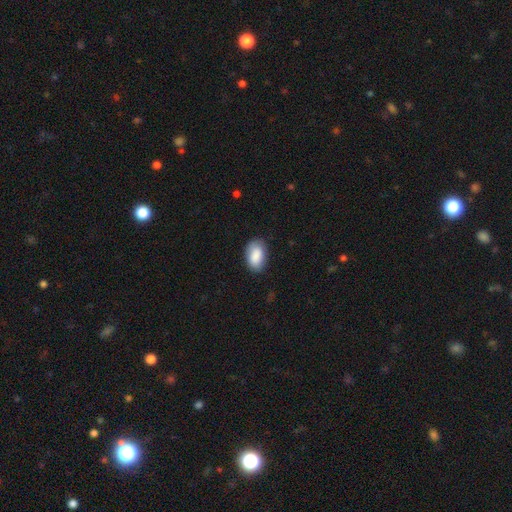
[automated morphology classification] Smooth or featured: smooth — 87% (star or artifact — 6%)
How rounded: in between — 92% (round — 7%)
Merging: none — 79% (minor disturbance — 17%)